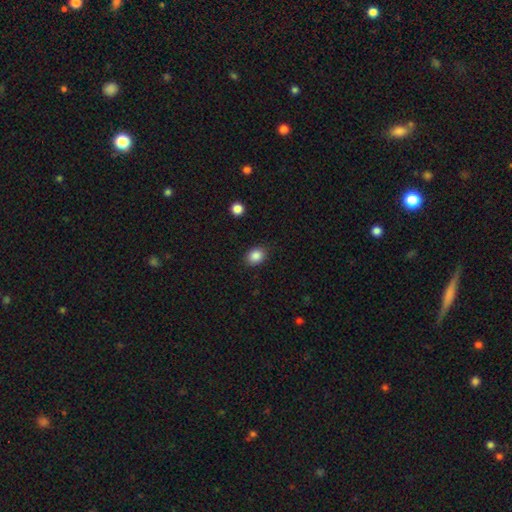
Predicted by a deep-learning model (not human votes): smooth 87%, star or artifact 9%, featured or disk 4%. Down the decision tree: how rounded — in between (56%); merging — none (87%).